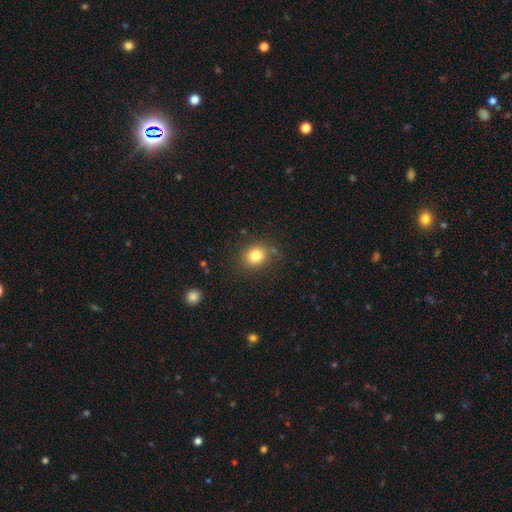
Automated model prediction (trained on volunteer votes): Smooth or featured? Predicted: smooth (p=0.81). How rounded? Predicted: round (p=0.71). Merging? Predicted: none (p=0.81).